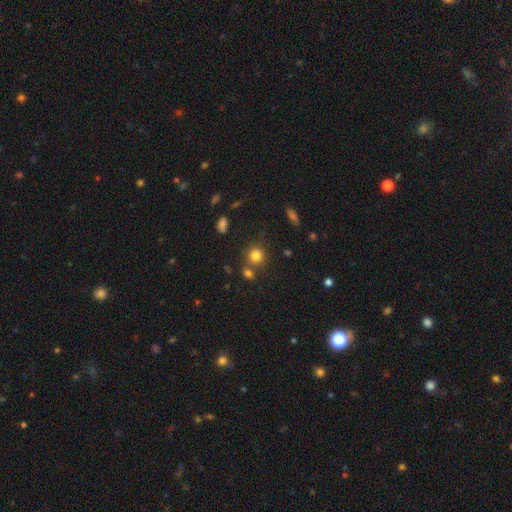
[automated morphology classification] This appears to be a smooth galaxy with no disk features (79%) that is round (88%). Merging: none (70%).